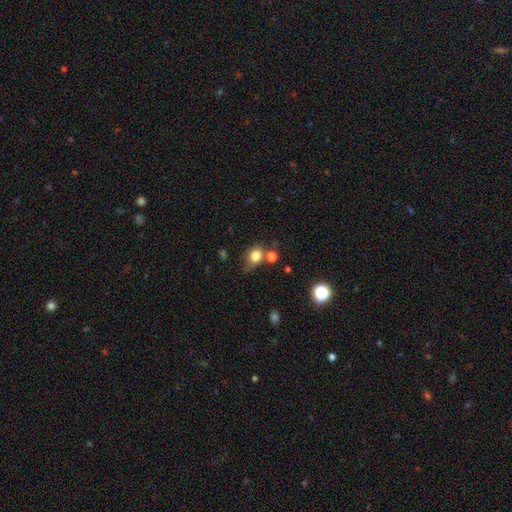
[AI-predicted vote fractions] This appears to be a smooth galaxy with no disk features (79%) that is round (62%). Merging: none (53%).